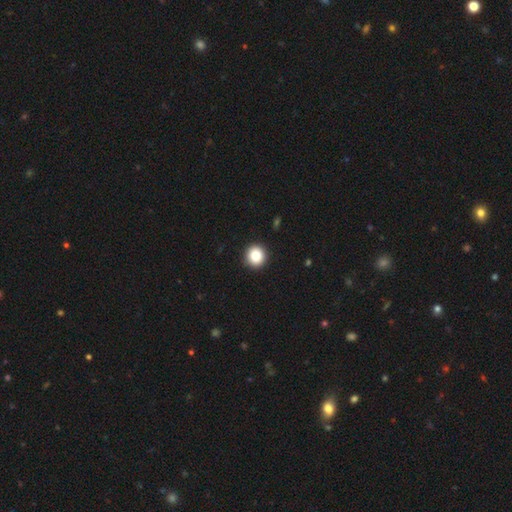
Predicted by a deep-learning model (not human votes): smooth 84%, star or artifact 10%, featured or disk 6%. Down the decision tree: how rounded — round (92%); merging — none (93%).